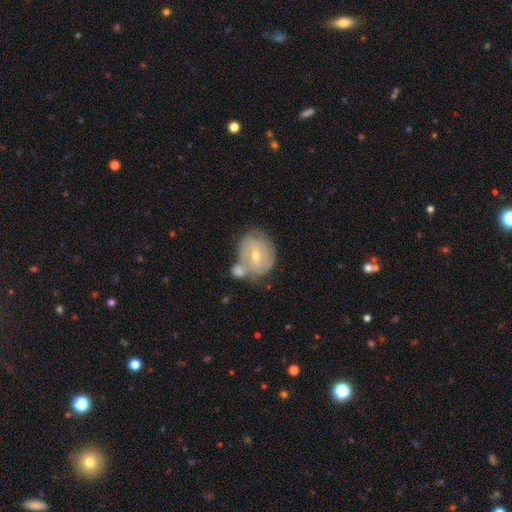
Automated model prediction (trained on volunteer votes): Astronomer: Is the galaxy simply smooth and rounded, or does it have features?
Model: featured or disk — 67%.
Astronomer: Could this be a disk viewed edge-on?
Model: no — 96%.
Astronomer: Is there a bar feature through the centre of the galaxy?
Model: weak — 45% (runner-up: no, 42%).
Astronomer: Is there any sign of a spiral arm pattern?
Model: yes — 77%.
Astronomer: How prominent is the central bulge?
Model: small — 51% (runner-up: moderate, 46%).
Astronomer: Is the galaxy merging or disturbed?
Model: none — 43% (runner-up: merger, 33%).